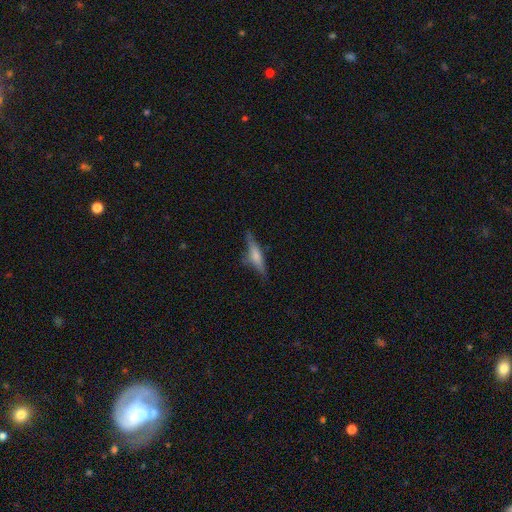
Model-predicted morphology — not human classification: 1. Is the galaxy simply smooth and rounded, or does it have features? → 52% smooth, 41% featured or disk, 7% star or artifact.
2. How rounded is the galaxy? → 76% cigar-shaped, 21% in between, 2% round.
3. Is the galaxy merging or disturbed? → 68% none, 22% minor disturbance, 7% major disturbance, 3% merger.